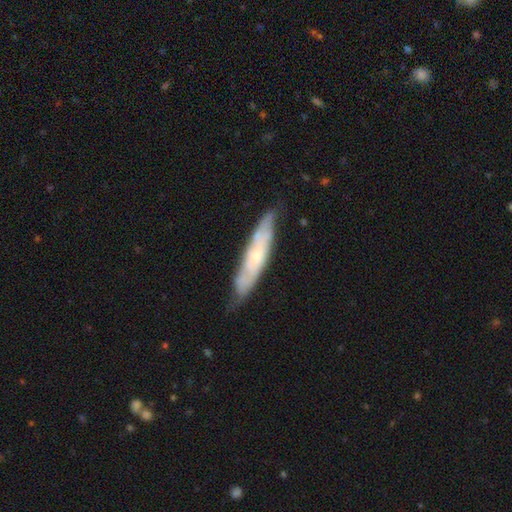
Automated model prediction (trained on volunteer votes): Overall: featured or disk (62%; smooth 32%). Edge-on disk: no (53%; yes 47%). Merging: none (73%).